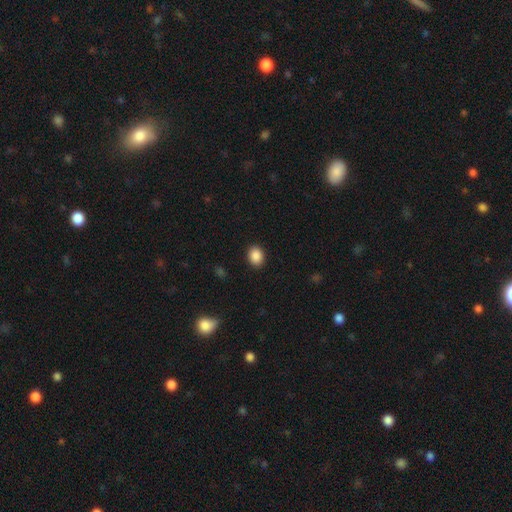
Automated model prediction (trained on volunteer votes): Q: Smooth or featured?
A: smooth (89%); runner-up: star or artifact (8%)
Q: How rounded?
A: in between (56%); runner-up: round (43%)
Q: Merging?
A: none (90%); runner-up: minor disturbance (7%)